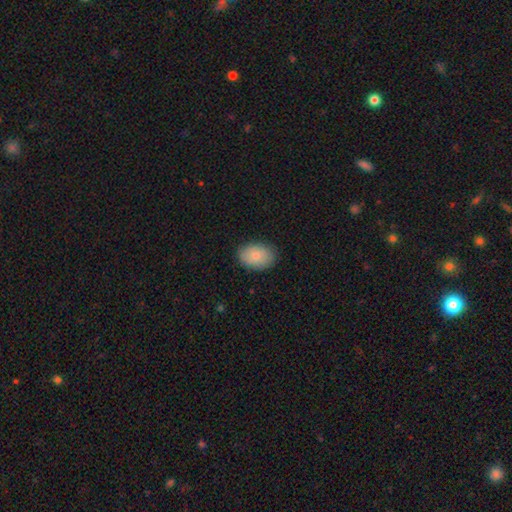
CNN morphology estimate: type=smooth (84%); roundness=in between (82%); merging=none (86%).